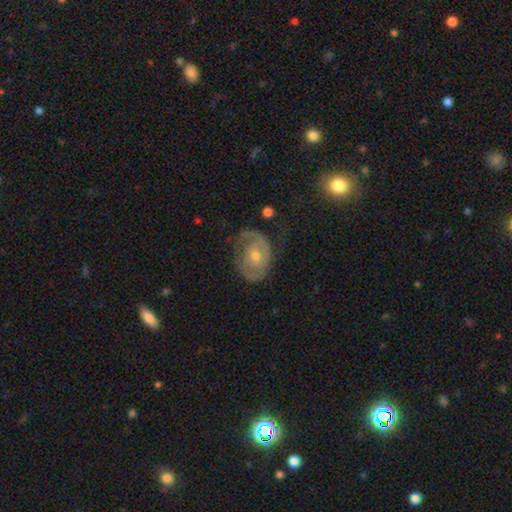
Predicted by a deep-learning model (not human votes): Overall: featured or disk (77%). Edge-on disk: no (96%). Bar: no (74%). Spiral arms: yes (81%). Spiral arm count: 2 (47%; can't tell 24%). Spiral winding: tight (58%; medium 30%). Bulge size: moderate (56%; small 39%). Merging: none (60%; minor disturbance 23%).